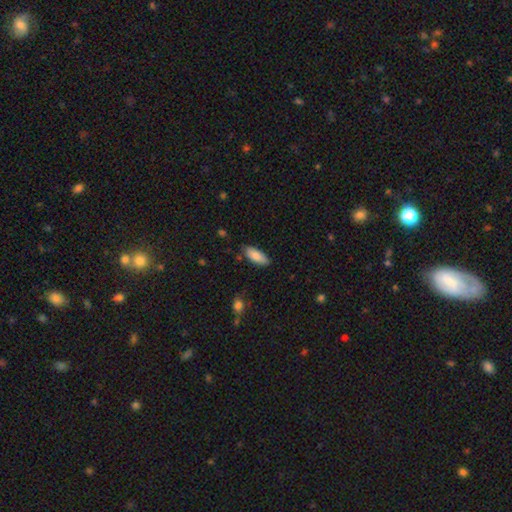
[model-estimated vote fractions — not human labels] This is clearly a smooth galaxy (85%). How rounded: likely in between (79%). Merging: clearly none (83%).